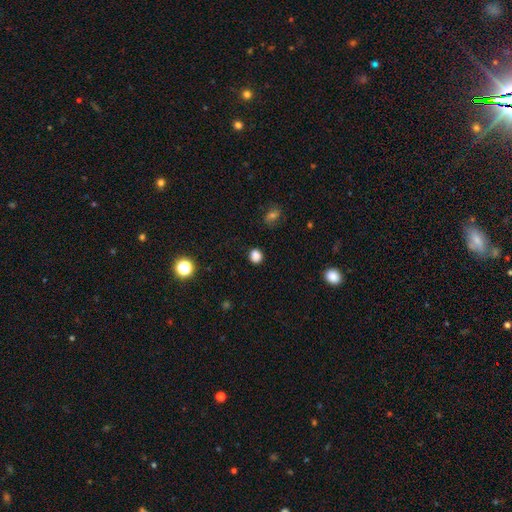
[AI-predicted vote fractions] The model was most divided on "how rounded": round: 79%, in between: 20%, cigar-shaped: 1%. More confident: merging — none (87%); smooth or featured — smooth (82%).